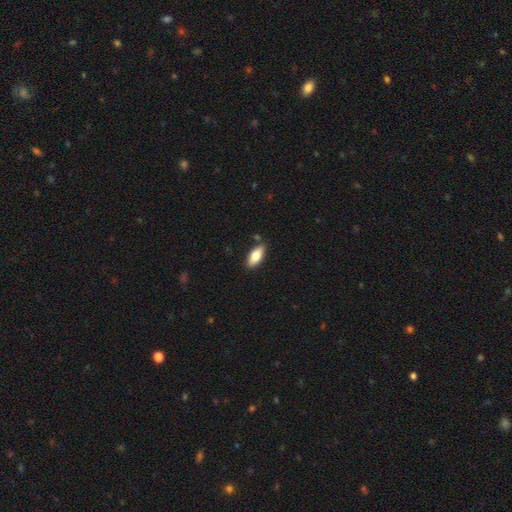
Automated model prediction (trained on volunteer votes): Overall: smooth (78%). How rounded: in between (84%). Merging: none (83%).